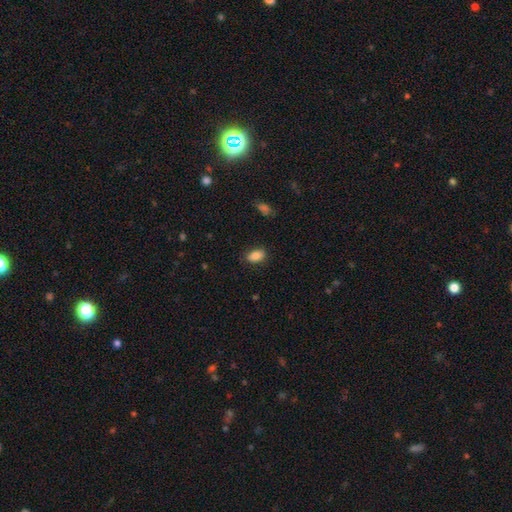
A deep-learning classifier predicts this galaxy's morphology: Smooth or featured?
  - smooth: 85% *
  - star or artifact: 8%
  - featured or disk: 6%
How rounded?
  - in between: 88% *
  - round: 10%
  - cigar-shaped: 2%
Merging?
  - none: 82% *
  - minor disturbance: 13%
  - major disturbance: 3%
  - merger: 1%